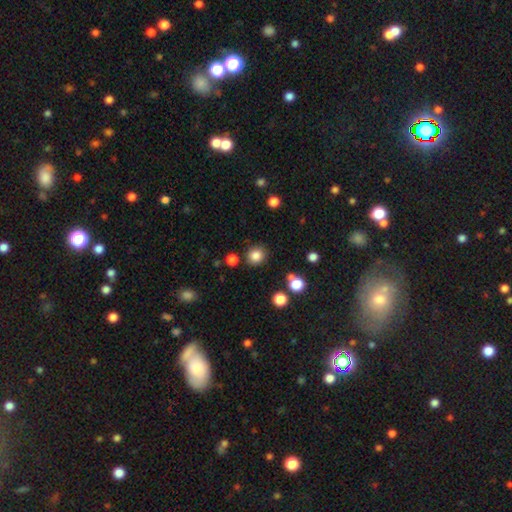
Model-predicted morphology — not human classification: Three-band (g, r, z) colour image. It shows a smooth galaxy with no disk features (84%) that is round (88%). Merging: none (86%).